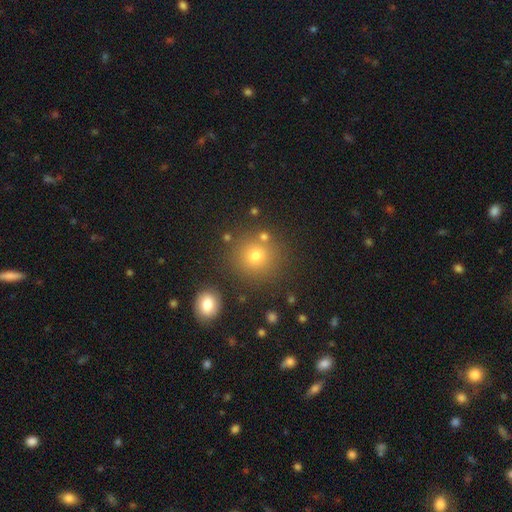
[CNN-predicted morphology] smooth 74%, star or artifact 17%, featured or disk 9%. Down the decision tree: how rounded — round (91%); merging — none (81%).